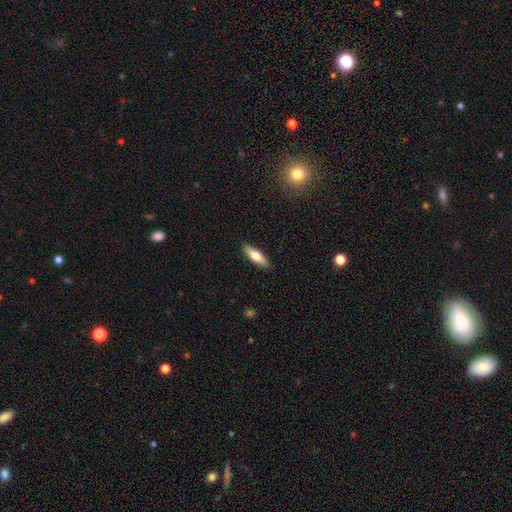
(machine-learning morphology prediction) This is likely a smooth galaxy (68%). How rounded: possibly in between (51%). Merging: clearly none (90%).